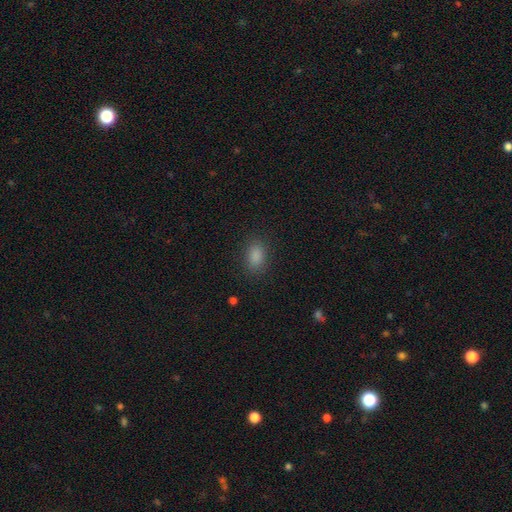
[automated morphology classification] Smooth or featured? Predicted: smooth (p=0.83). How rounded? Predicted: in between (p=0.79). Merging? Predicted: none (p=0.87).